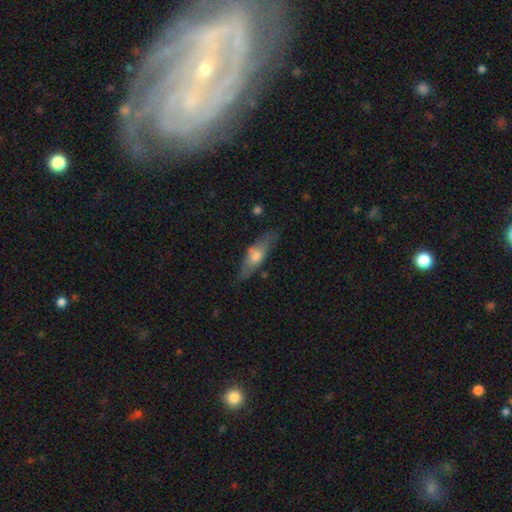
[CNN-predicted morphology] The model was most divided on "smooth or featured": smooth: 47%, featured or disk: 46%, star or artifact: 7%. More confident: merging — none (78%).